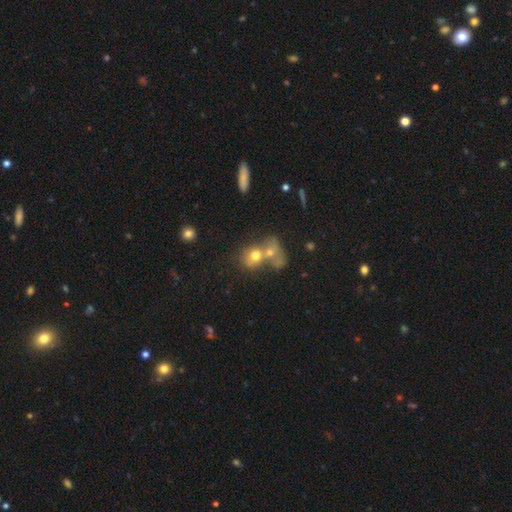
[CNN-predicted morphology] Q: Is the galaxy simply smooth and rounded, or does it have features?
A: smooth — 68%.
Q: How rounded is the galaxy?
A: round — 62%.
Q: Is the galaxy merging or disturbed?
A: merger — 65%.